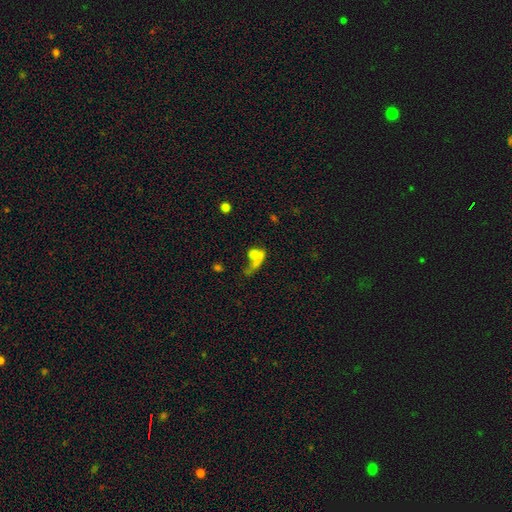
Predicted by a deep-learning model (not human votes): smooth-or-featured: smooth: 60% | featured or disk: 24% | star or artifact: 16%
  how-rounded: in between: 54% | round: 31% | cigar-shaped: 15%
  merging: merger: 40% | major disturbance: 25% | none: 24% | minor disturbance: 11%